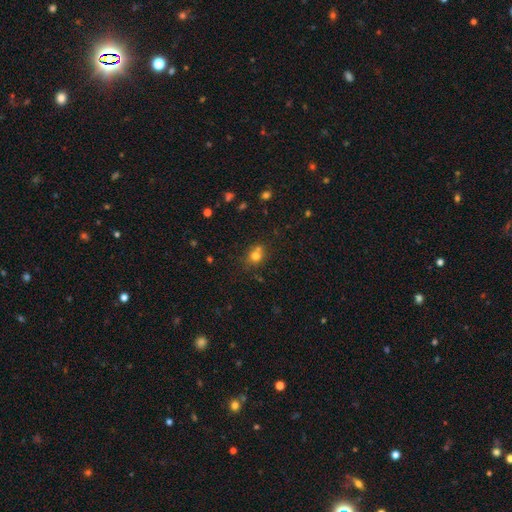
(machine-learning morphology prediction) A smooth galaxy with no disk features (74%) that is round (79%).

Vote fractions:
- Smooth or featured? smooth: 74% / star or artifact: 16% / featured or disk: 10%
- How rounded? round: 79% / in between: 20% / cigar-shaped: 1%
- Merging? none: 56% / merger: 30% / minor disturbance: 11% / major disturbance: 4%